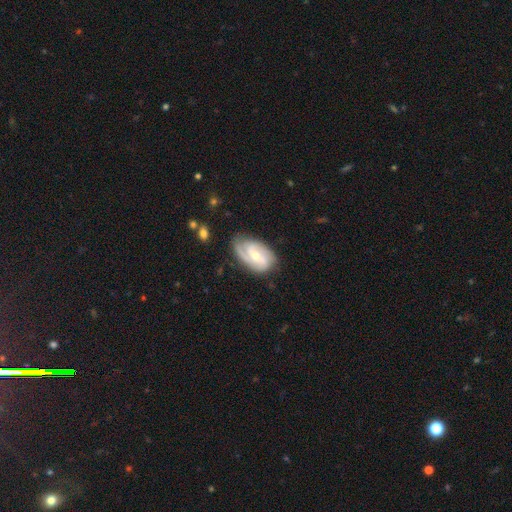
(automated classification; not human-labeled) This is likely a featured or disk galaxy (79%). It is clearly not viewed edge-on (96%). Bar: marginally weak (44%). Spiral arm pattern: clearly yes (94%). Spiral arm count: possibly 2 (59%). Spiral winding: marginally medium (43%). Central bulge: possibly small (54%). Merging: likely none (66%).